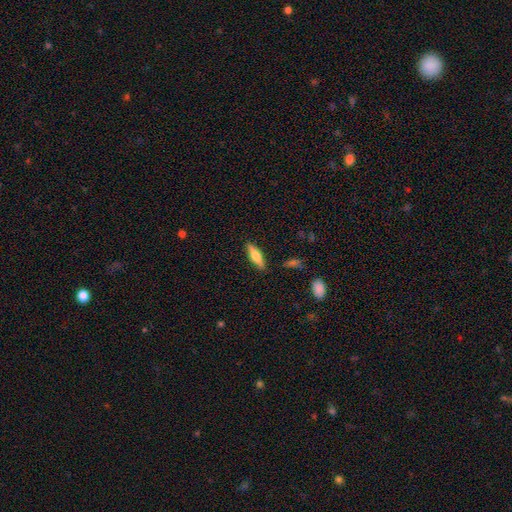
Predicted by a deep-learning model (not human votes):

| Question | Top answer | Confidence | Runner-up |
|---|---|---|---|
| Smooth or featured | smooth | 59% | featured or disk (35%) |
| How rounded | cigar-shaped | 61% | in between (37%) |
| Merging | none | 87% | minor disturbance (9%) |